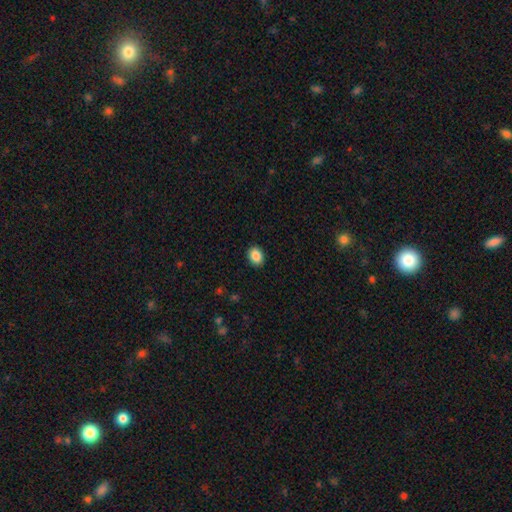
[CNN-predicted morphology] smooth 88%, star or artifact 8%, featured or disk 4%. Down the decision tree: how rounded — in between (56%); merging — none (91%).